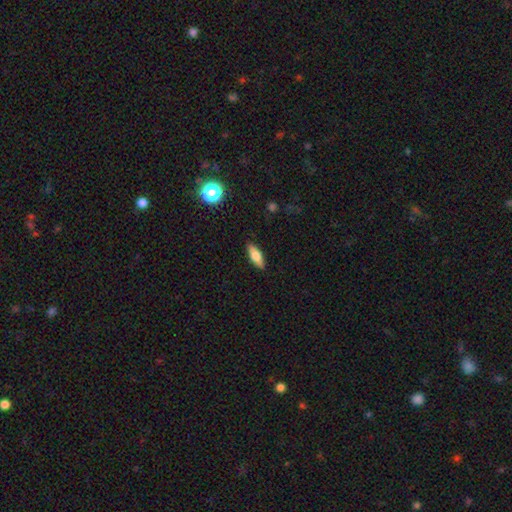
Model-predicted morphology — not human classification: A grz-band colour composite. It shows a smooth galaxy with no disk features (67%) that is in between round and cigar-shaped (57%). Merging: none (88%).